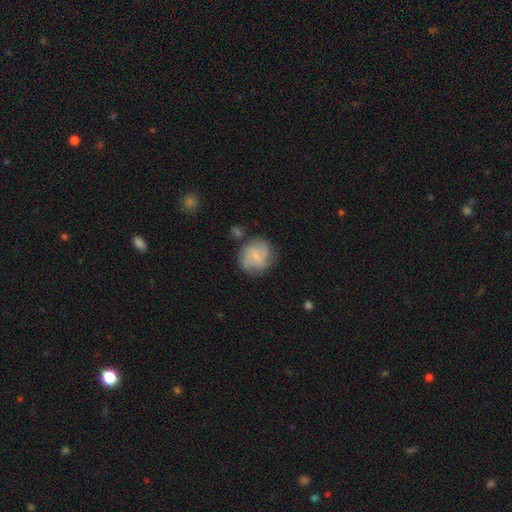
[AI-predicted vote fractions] Q: Smooth or featured?
A: featured or disk (56%); runner-up: smooth (36%)
Q: Edge-on disk?
A: no (98%); runner-up: yes (2%)
Q: Bar?
A: weak (47%); runner-up: no (45%)
Q: Spiral arms?
A: yes (87%); runner-up: no (13%)
Q: Bulge size?
A: small (62%); runner-up: none (19%)
Q: Merging?
A: none (68%); runner-up: minor disturbance (19%)